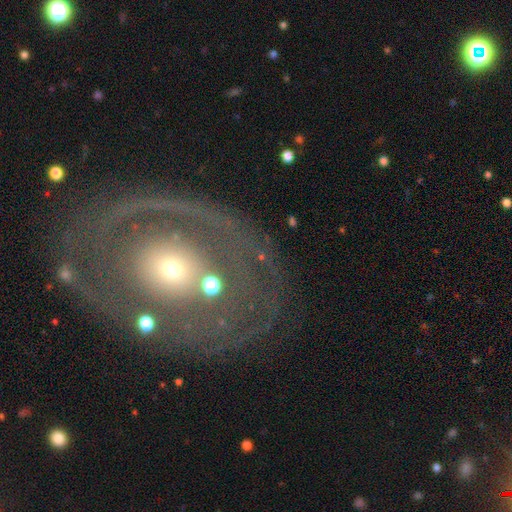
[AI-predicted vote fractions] A featured or disk galaxy (68%) with no bar (85%), spiral arms (51%) and a small central bulge (54%). Merging: none (70%).